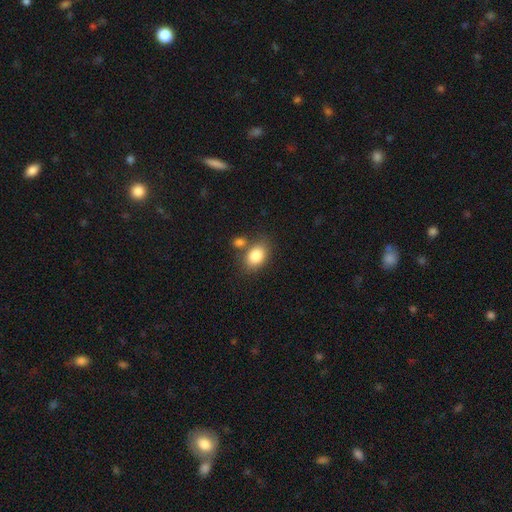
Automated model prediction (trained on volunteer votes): Q: Smooth or featured?
A: smooth (84%); runner-up: star or artifact (8%)
Q: How rounded?
A: in between (76%); runner-up: round (23%)
Q: Merging?
A: none (63%); runner-up: merger (20%)